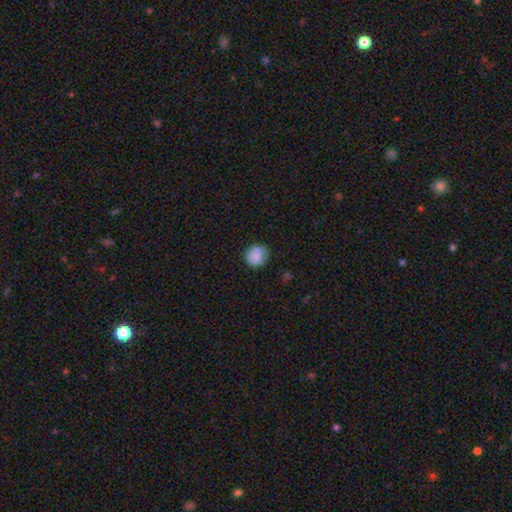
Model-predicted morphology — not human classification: Overall: smooth (87%). How rounded: round (86%). Merging: none (79%).